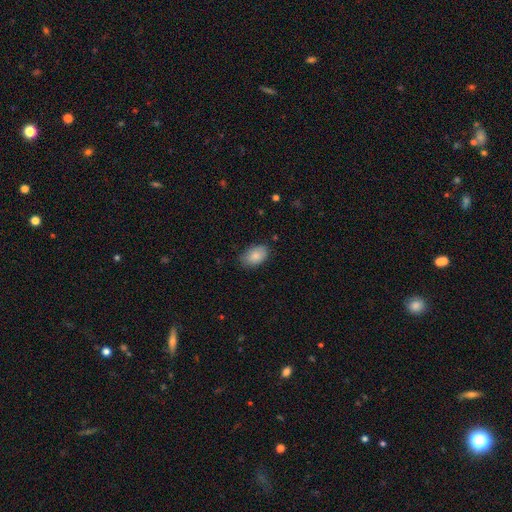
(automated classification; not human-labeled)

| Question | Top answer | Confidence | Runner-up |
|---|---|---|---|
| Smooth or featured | smooth | 86% | featured or disk (8%) |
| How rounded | in between | 91% | round (8%) |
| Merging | none | 79% | minor disturbance (17%) |